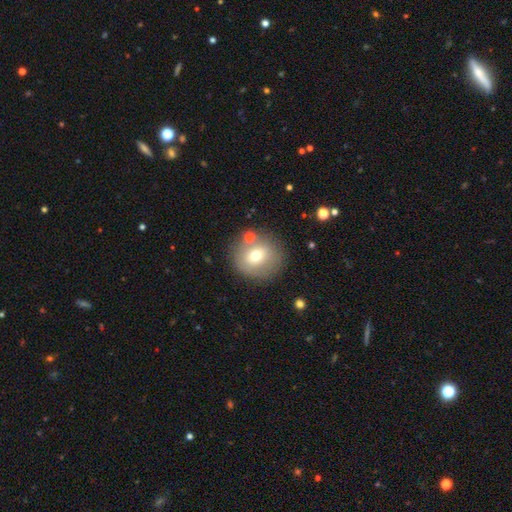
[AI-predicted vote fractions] The model was most divided on "smooth or featured": smooth: 66%, featured or disk: 23%, star or artifact: 11%. More confident: how rounded — round (90%); merging — none (78%).